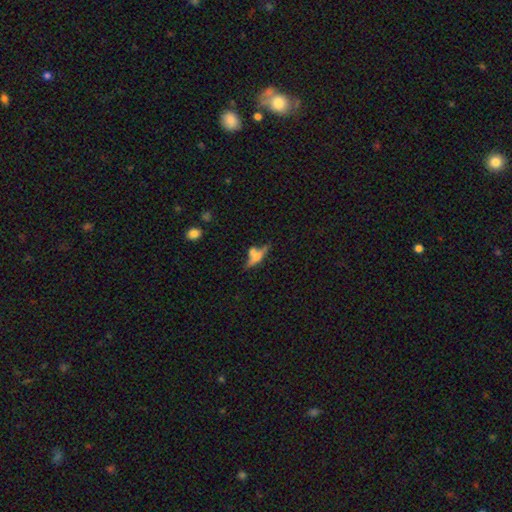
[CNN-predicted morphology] This appears to be a featured or disk galaxy (47%). Merging: none (49%).